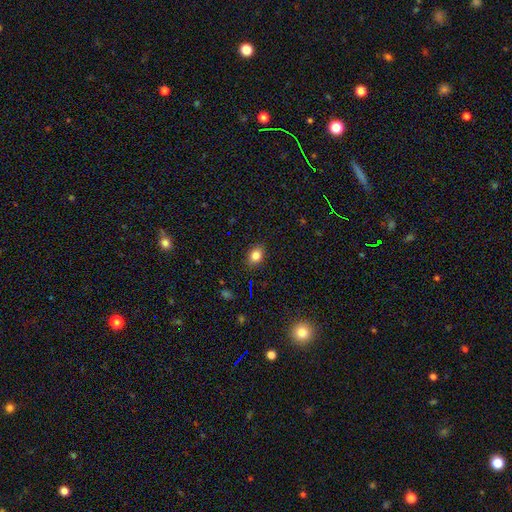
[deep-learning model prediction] smooth-or-featured: smooth: 82% | star or artifact: 11% | featured or disk: 7%
  how-rounded: in between: 63% | round: 35% | cigar-shaped: 1%
  merging: none: 88% | minor disturbance: 9% | major disturbance: 2% | merger: 1%